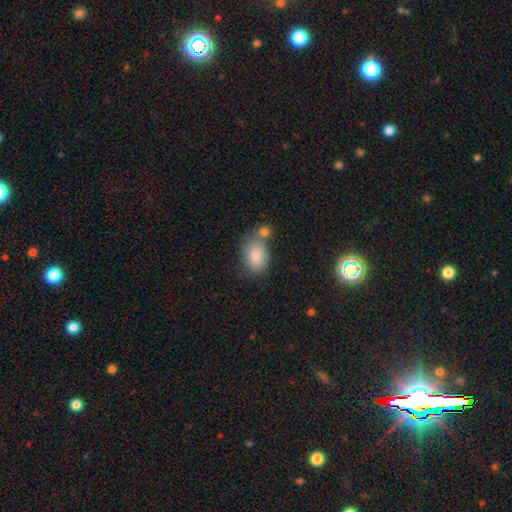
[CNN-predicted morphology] smooth-or-featured: smooth: 79% | featured or disk: 11% | star or artifact: 11%
  how-rounded: in between: 71% | round: 28% | cigar-shaped: 1%
  merging: none: 54% | merger: 27% | minor disturbance: 15% | major disturbance: 5%